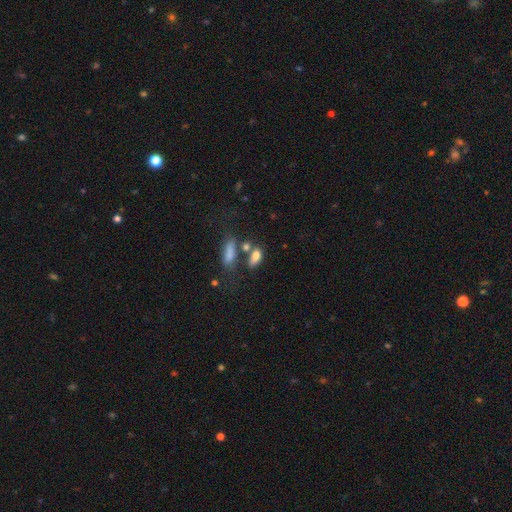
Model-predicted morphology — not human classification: Q: Smooth or featured?
A: smooth (77%); runner-up: featured or disk (12%)
Q: How rounded?
A: in between (78%); runner-up: round (12%)
Q: Merging?
A: none (42%); runner-up: merger (32%)